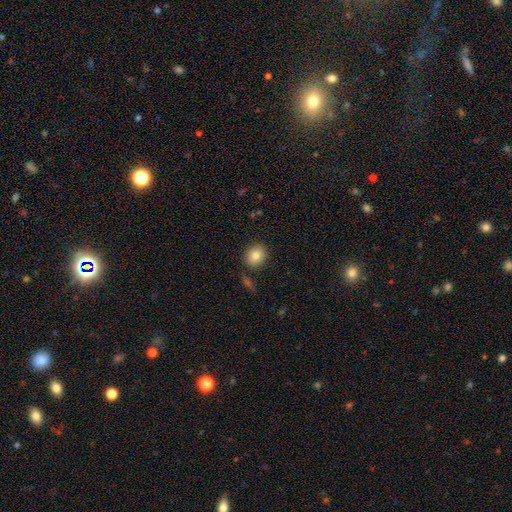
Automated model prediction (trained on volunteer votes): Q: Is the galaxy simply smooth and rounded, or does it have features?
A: smooth — 82%.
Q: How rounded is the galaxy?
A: round — 77%.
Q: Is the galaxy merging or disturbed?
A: none — 86%.